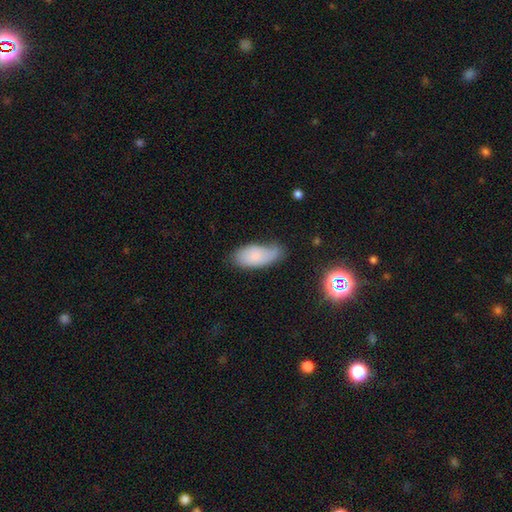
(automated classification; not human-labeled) Q: Smooth or featured?
A: smooth (76%); runner-up: featured or disk (15%)
Q: How rounded?
A: in between (91%); runner-up: cigar-shaped (7%)
Q: Merging?
A: none (47%); runner-up: minor disturbance (37%)